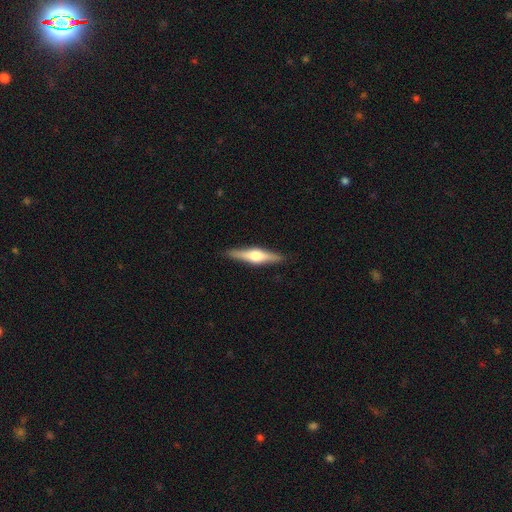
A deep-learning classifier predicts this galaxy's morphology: smooth_or_featured: featured or disk (p=0.66) [alt: smooth p=0.29]
disk_edge_on: yes (p=0.97) [alt: no p=0.03]
edge_on_bulge: rounded (p=0.92) [alt: boxy p=0.06]
merging: none (p=0.90) [alt: minor disturbance p=0.07]